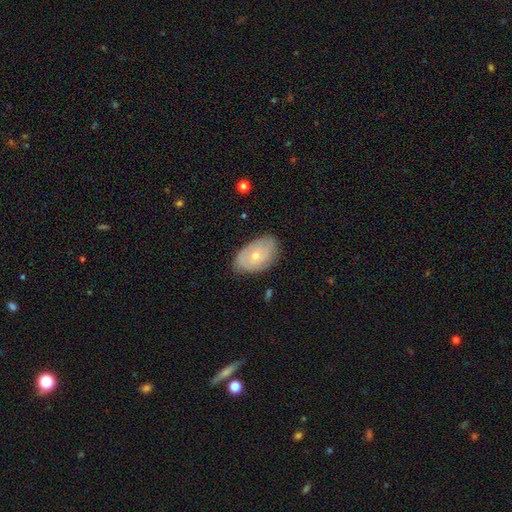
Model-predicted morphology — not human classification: This appears to be a featured or disk galaxy (50%). Merging: none (74%).